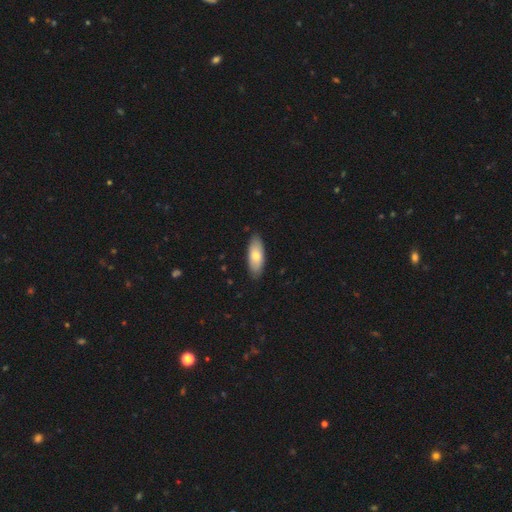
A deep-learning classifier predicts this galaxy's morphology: smooth_or_featured: smooth (p=0.74) [alt: featured or disk p=0.21]
how_rounded: in between (p=0.77) [alt: cigar-shaped p=0.21]
merging: none (p=0.87) [alt: minor disturbance p=0.10]